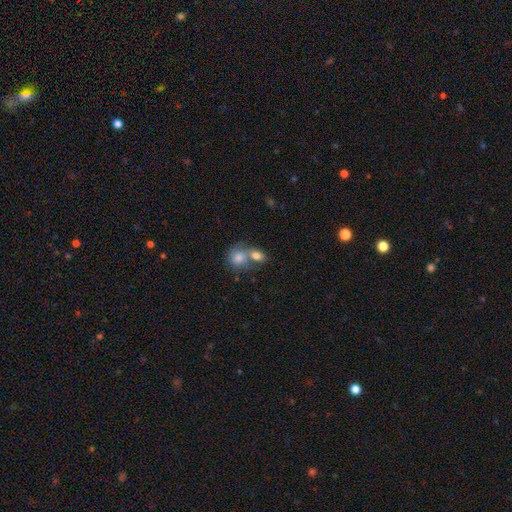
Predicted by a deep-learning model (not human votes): A smooth galaxy with no disk features (80%) that is in between round and cigar-shaped (67%).

Vote fractions:
- Smooth or featured? smooth: 80% / featured or disk: 11% / star or artifact: 8%
- How rounded? in between: 67% / round: 31% / cigar-shaped: 2%
- Merging? merger: 58% / none: 29% / minor disturbance: 9% / major disturbance: 4%